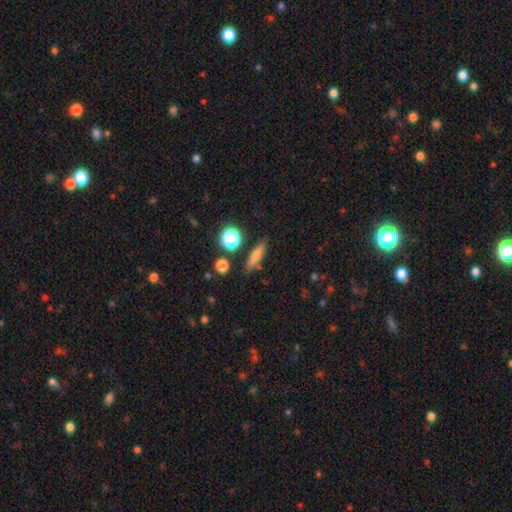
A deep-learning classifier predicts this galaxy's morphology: smooth 73%, featured or disk 16%, star or artifact 11%. Down the decision tree: how rounded — cigar-shaped (70%); merging — none (83%).